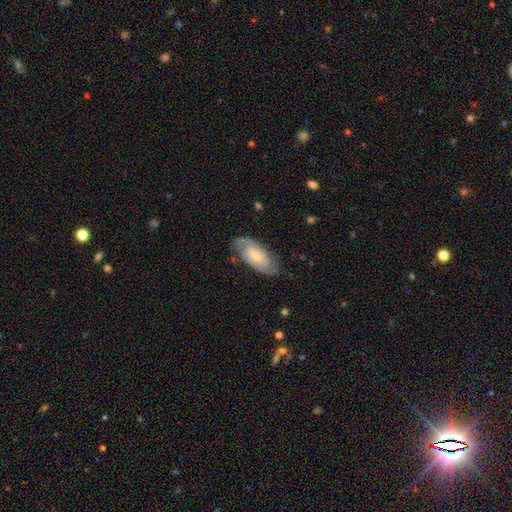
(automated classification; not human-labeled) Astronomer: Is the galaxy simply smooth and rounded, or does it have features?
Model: featured or disk — 79%.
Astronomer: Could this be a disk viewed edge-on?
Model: no — 95%.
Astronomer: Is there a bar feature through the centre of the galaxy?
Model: no — 51% (runner-up: weak, 39%).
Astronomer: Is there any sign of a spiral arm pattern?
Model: yes — 95%.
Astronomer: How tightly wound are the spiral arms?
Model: tight — 48% (runner-up: medium, 41%).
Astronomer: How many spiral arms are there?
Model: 2 — 78%.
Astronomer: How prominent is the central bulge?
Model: small — 52% (runner-up: moderate, 38%).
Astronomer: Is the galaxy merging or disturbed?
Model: none — 77%.